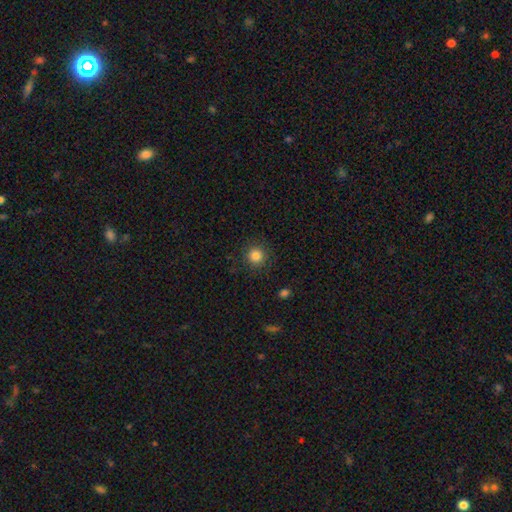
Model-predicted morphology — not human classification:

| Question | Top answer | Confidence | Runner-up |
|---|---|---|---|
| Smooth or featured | smooth | 84% | star or artifact (11%) |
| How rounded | round | 94% | in between (5%) |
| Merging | none | 88% | minor disturbance (7%) |